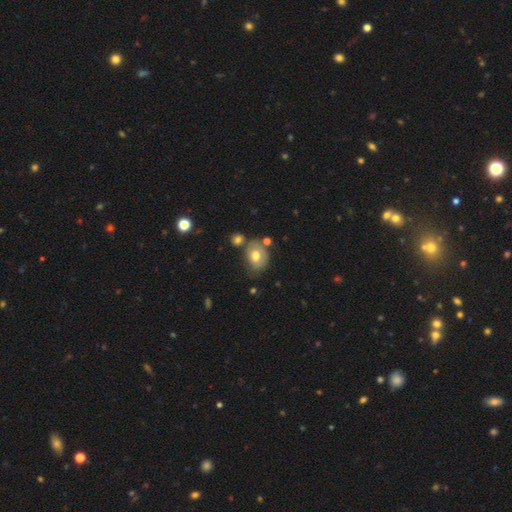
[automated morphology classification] Smooth or featured? Predicted: smooth (p=0.66). How rounded? Predicted: in between (p=0.67). Merging? Predicted: none (p=0.57).